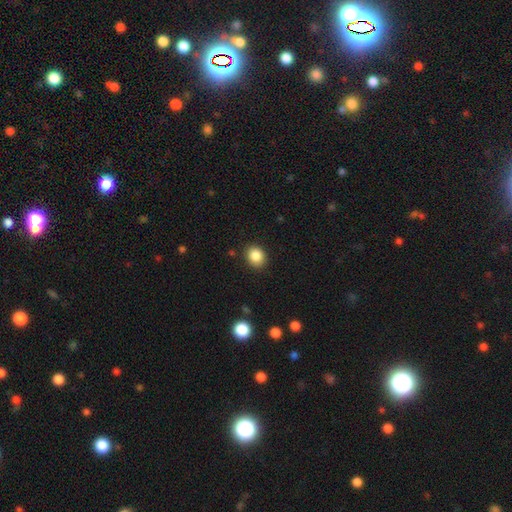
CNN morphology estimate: Q: Smooth or featured?
A: smooth (86%); runner-up: star or artifact (9%)
Q: How rounded?
A: round (64%); runner-up: in between (35%)
Q: Merging?
A: none (89%); runner-up: minor disturbance (8%)